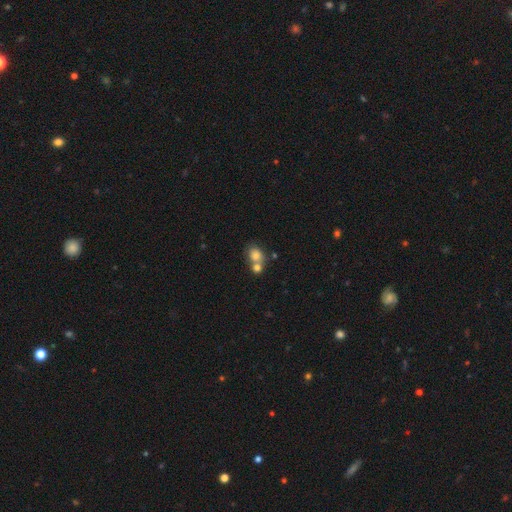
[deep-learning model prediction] A smooth galaxy with no disk features (78%) that is round (59%).

Vote fractions:
- Smooth or featured? smooth: 78% / featured or disk: 11% / star or artifact: 11%
- How rounded? round: 59% / in between: 40% / cigar-shaped: 1%
- Merging? merger: 48% / none: 40% / minor disturbance: 9% / major disturbance: 4%